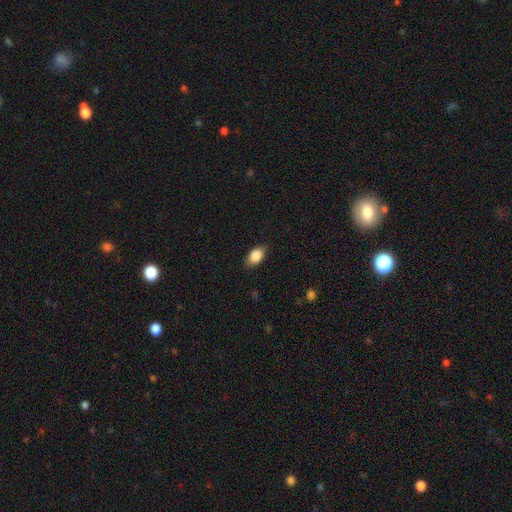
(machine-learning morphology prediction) type=smooth (84%); roundness=in between (88%); merging=none (83%).